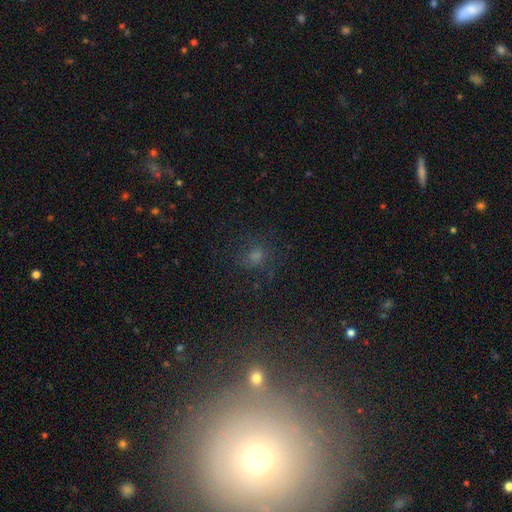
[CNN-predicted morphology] Overall: smooth (50%; star or artifact 33%). Merging: none (67%).